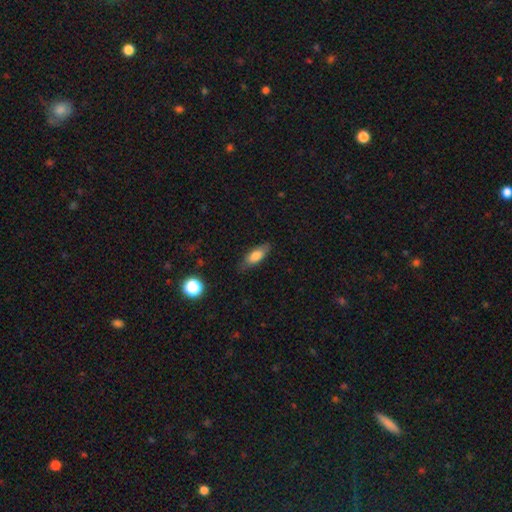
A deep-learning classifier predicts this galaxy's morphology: This appears to be a smooth galaxy with no disk features (77%) that is in between round and cigar-shaped (69%). Merging: none (80%).